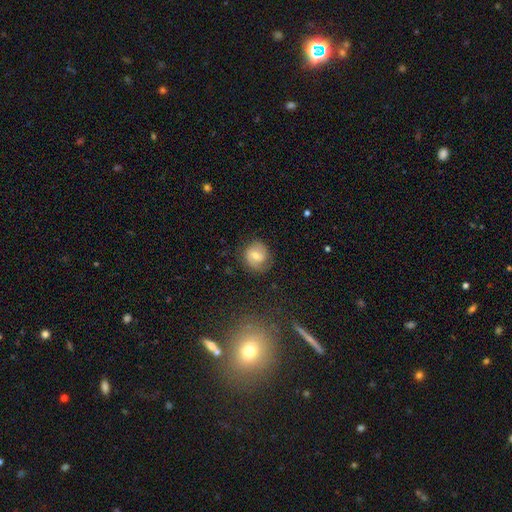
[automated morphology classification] A featured or disk galaxy (52%) with a weak bar (53%), spiral arms (84%) and a moderate central bulge (54%). Merging: none (77%).